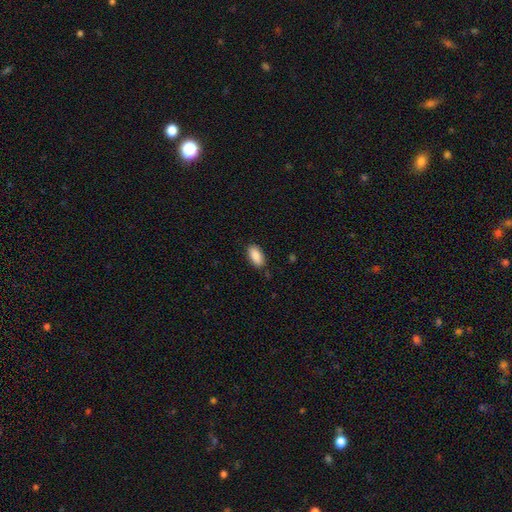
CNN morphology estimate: A smooth galaxy with no disk features (88%) that is in between round and cigar-shaped (92%).

Vote fractions:
- Smooth or featured? smooth: 88% / star or artifact: 7% / featured or disk: 5%
- How rounded? in between: 92% / cigar-shaped: 5% / round: 3%
- Merging? none: 85% / minor disturbance: 11% / major disturbance: 2% / merger: 1%